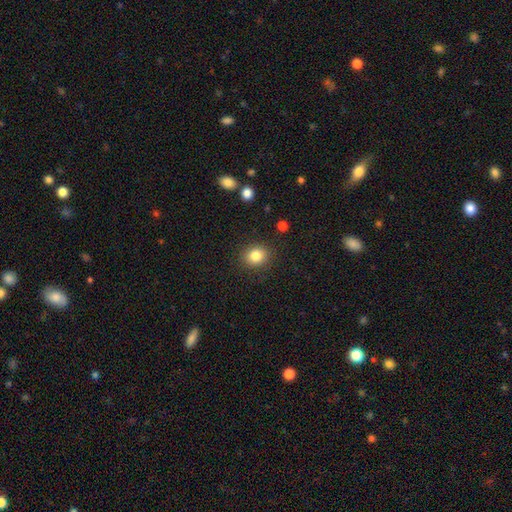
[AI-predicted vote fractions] Smooth or featured?
  - smooth: 84% *
  - star or artifact: 10%
  - featured or disk: 6%
How rounded?
  - round: 64% *
  - in between: 35%
  - cigar-shaped: 1%
Merging?
  - none: 87% *
  - minor disturbance: 8%
  - major disturbance: 3%
  - merger: 1%